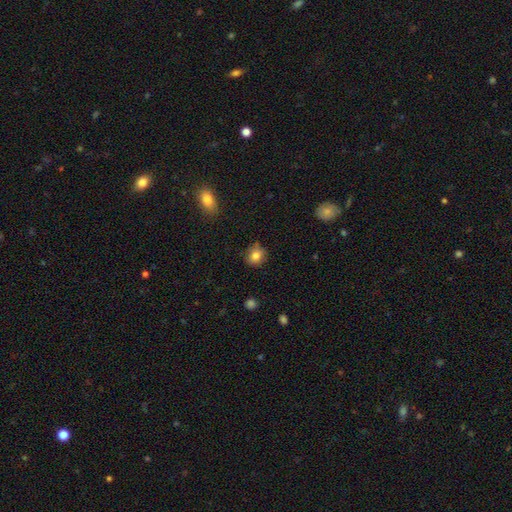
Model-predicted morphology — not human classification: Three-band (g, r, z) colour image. It shows a smooth galaxy with no disk features (82%) that is round (76%). Merging: none (81%).